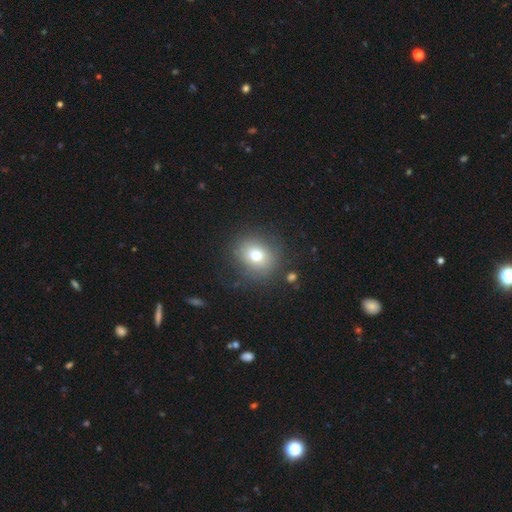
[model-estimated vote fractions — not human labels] Morphology: type=smooth (74%); roundness=round (77%); merging=none (82%).